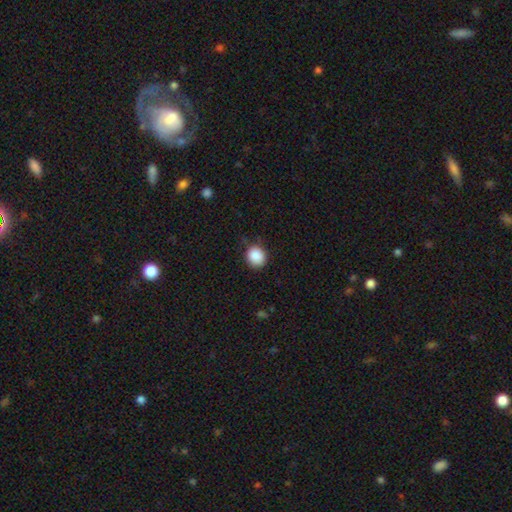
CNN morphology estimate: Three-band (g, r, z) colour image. It shows a smooth galaxy with no disk features (88%) that is round (81%). Merging: none (79%).